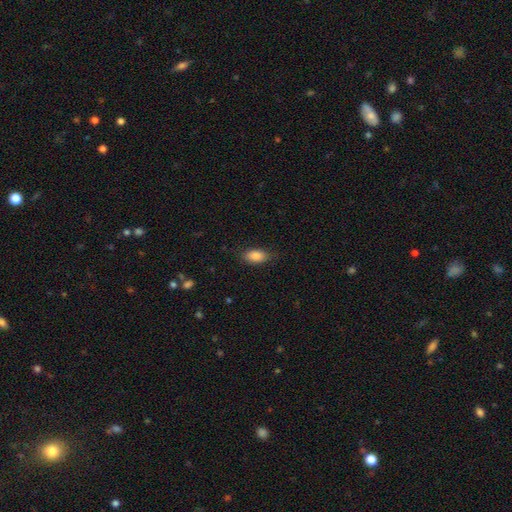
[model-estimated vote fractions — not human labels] This is clearly a smooth galaxy (86%). How rounded: clearly in between (90%). Merging: clearly none (82%).